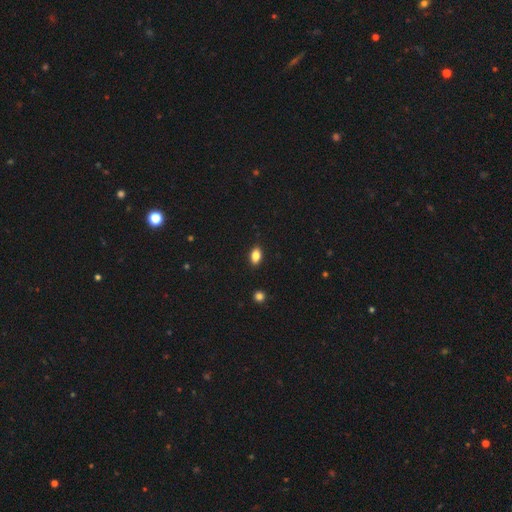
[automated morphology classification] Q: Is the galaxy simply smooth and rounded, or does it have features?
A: smooth — 83%.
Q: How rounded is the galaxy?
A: in between — 88%.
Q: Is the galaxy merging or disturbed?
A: none — 88%.